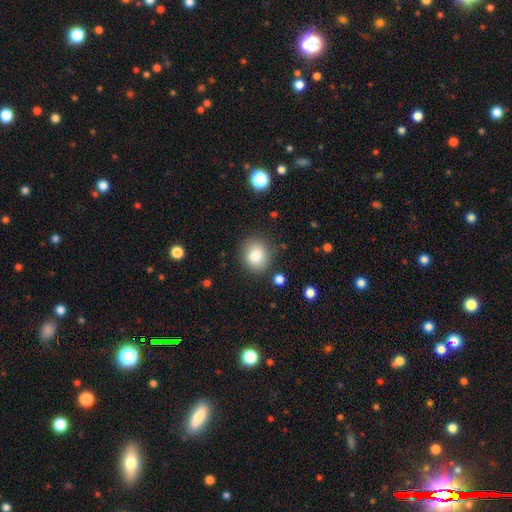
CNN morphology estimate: The model was most divided on "how rounded": round: 74%, in between: 25%, cigar-shaped: 1%. More confident: merging — none (84%); smooth or featured — smooth (81%).